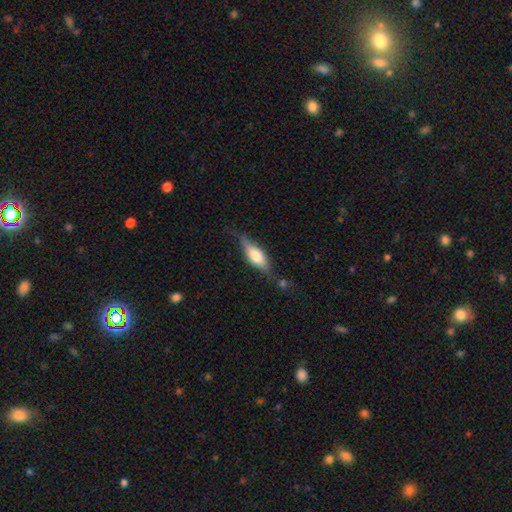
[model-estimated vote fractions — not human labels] Smooth or featured? smooth (60%)
How rounded? in between (62%)
Merging? none (62%)